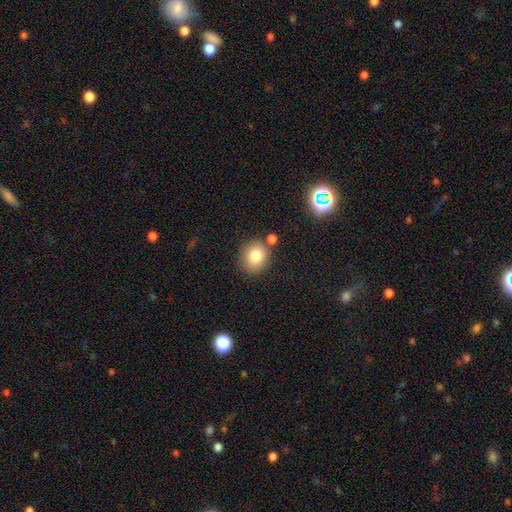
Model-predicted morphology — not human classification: smooth 80%, star or artifact 11%, featured or disk 9%. Down the decision tree: how rounded — round (70%); merging — none (76%).